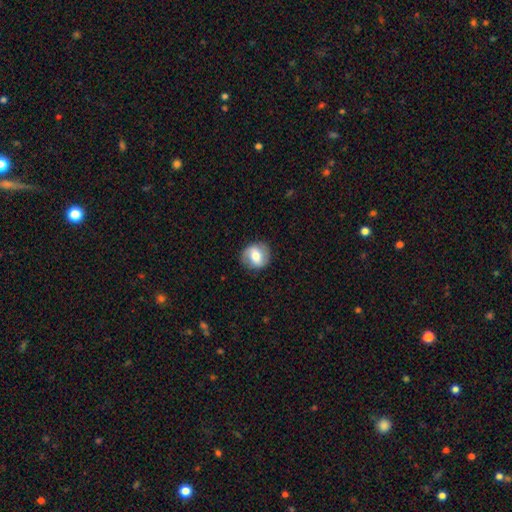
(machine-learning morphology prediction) A smooth galaxy with no disk features (49%).

Vote fractions:
- Smooth or featured? smooth: 49% / featured or disk: 43% / star or artifact: 8%
- Merging? none: 84% / minor disturbance: 11% / major disturbance: 4% / merger: 1%